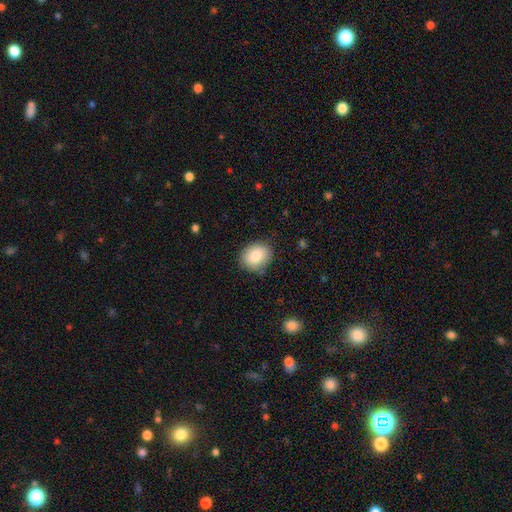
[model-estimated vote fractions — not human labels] smooth 85%, featured or disk 8%, star or artifact 8%. Down the decision tree: how rounded — round (53%); merging — none (82%).